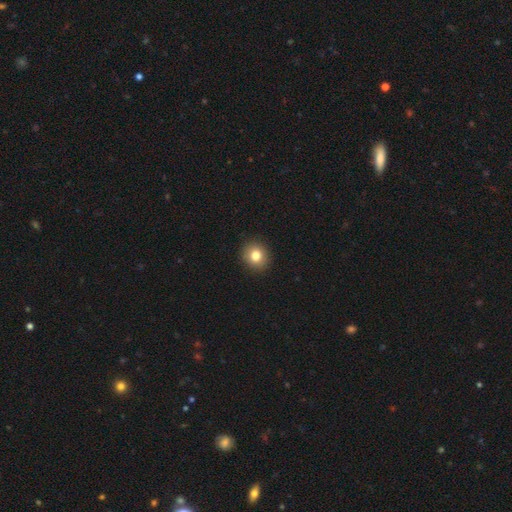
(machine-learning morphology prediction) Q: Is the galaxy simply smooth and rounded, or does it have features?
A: smooth — 81%.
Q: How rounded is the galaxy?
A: round — 83%.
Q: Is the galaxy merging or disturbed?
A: none — 92%.